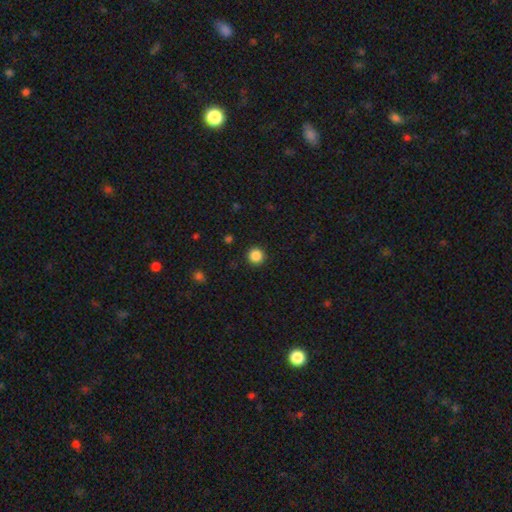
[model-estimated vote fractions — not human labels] Morphology: type=smooth (86%); roundness=round (96%); merging=none (93%).